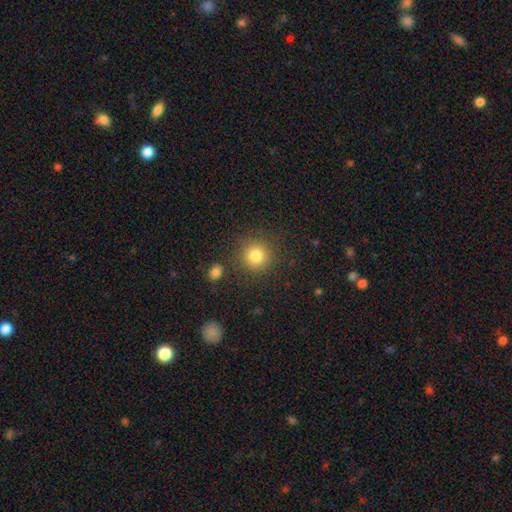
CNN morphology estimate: Smooth or featured? smooth (82%)
How rounded? round (93%)
Merging? none (86%)